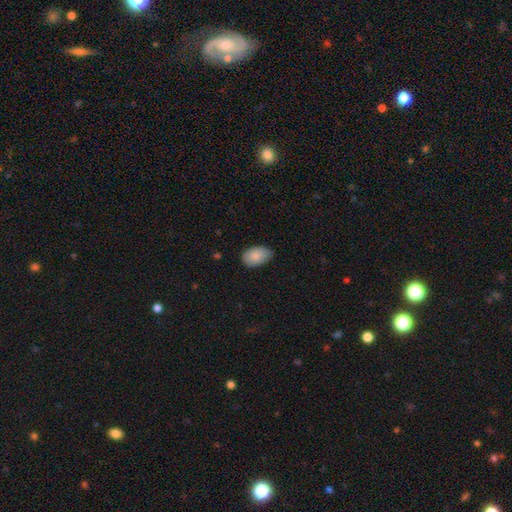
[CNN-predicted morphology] Q: Smooth or featured?
A: smooth (86%); runner-up: featured or disk (7%)
Q: How rounded?
A: in between (91%); runner-up: round (7%)
Q: Merging?
A: none (72%); runner-up: minor disturbance (24%)